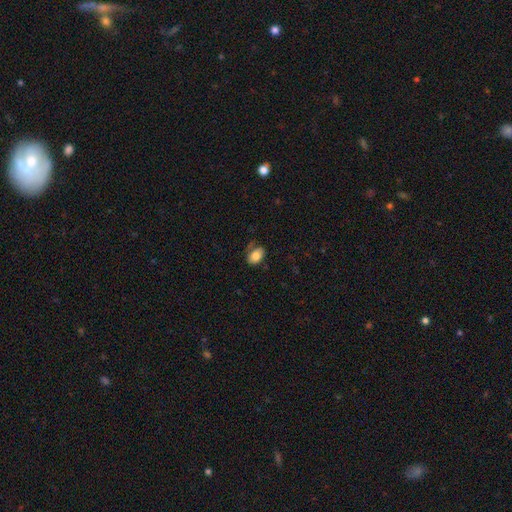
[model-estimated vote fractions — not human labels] This appears to be a smooth galaxy with no disk features (80%) that is in between round and cigar-shaped (82%). Merging: none (60%).